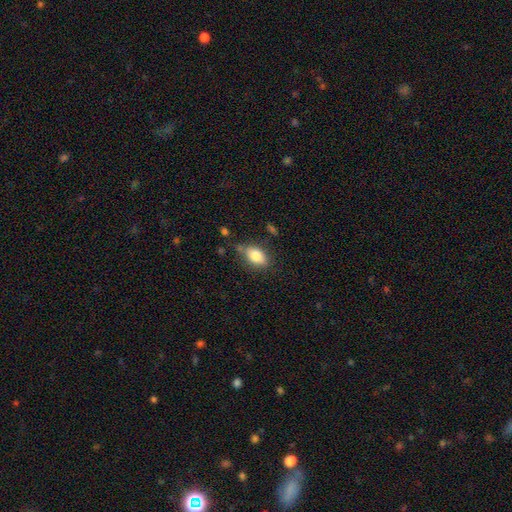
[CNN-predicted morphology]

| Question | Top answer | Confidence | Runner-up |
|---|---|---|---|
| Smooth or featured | smooth | 82% | featured or disk (10%) |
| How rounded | in between | 86% | round (12%) |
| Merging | none | 68% | minor disturbance (21%) |